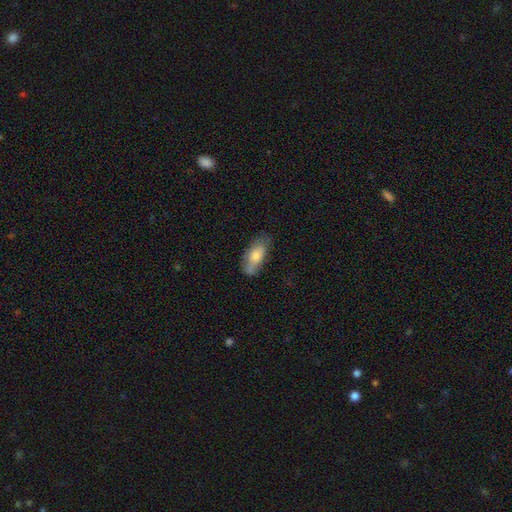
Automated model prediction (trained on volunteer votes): A smooth galaxy with no disk features (71%) that is in between round and cigar-shaped (83%).

Vote fractions:
- Smooth or featured? smooth: 71% / featured or disk: 23% / star or artifact: 7%
- How rounded? in between: 83% / cigar-shaped: 14% / round: 3%
- Merging? none: 62% / minor disturbance: 27% / major disturbance: 7% / merger: 4%